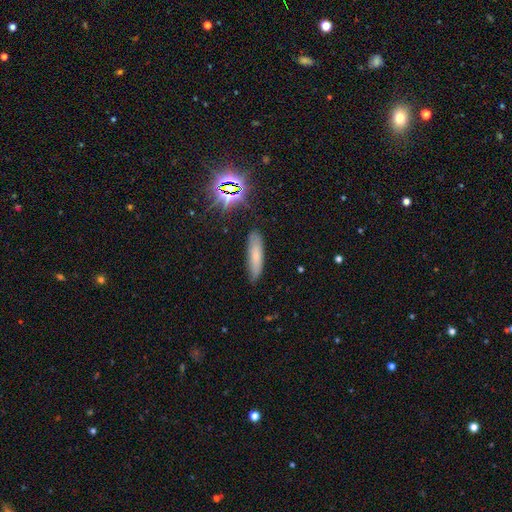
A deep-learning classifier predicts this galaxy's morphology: Smooth or featured? Predicted: smooth (p=0.64). How rounded? Predicted: cigar-shaped (p=0.73). Merging? Predicted: none (p=0.82).